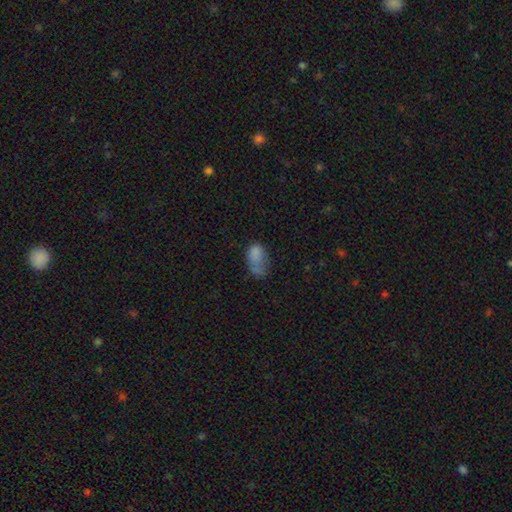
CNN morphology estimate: smooth_or_featured: smooth (p=0.74) [alt: featured or disk p=0.15]
how_rounded: in between (p=0.89) [alt: round p=0.09]
merging: major disturbance (p=0.33) [alt: none p=0.28]